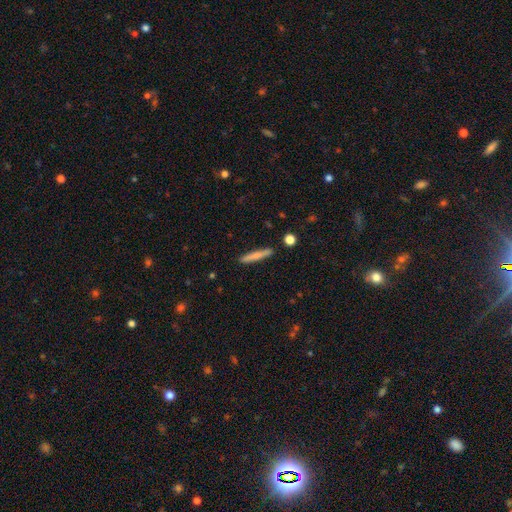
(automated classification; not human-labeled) This is likely a smooth galaxy (71%). How rounded: clearly cigar-shaped (95%). Merging: clearly none (89%).